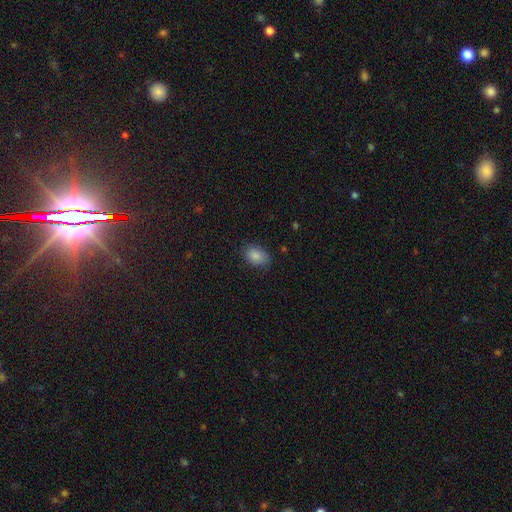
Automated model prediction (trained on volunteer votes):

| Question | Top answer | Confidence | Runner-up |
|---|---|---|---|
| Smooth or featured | smooth | 86% | star or artifact (8%) |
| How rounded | in between | 84% | round (14%) |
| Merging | none | 75% | minor disturbance (20%) |